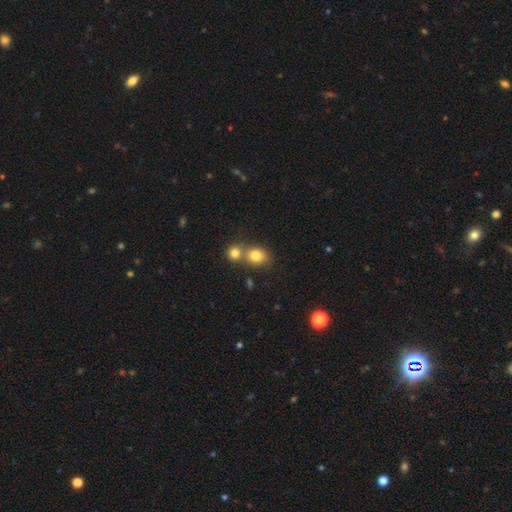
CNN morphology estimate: smooth_or_featured: smooth (p=0.80) [alt: star or artifact p=0.11]
how_rounded: round (p=0.65) [alt: in between p=0.34]
merging: merger (p=0.45) [alt: none p=0.44]